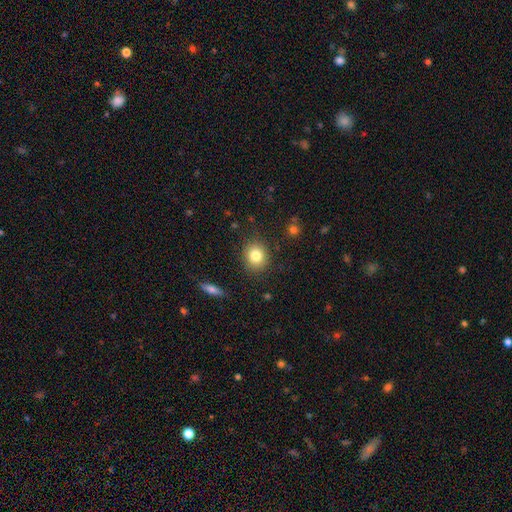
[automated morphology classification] Smooth or featured?
  - smooth: 81% *
  - star or artifact: 10%
  - featured or disk: 9%
How rounded?
  - round: 72% *
  - in between: 26%
  - cigar-shaped: 1%
Merging?
  - none: 87% *
  - minor disturbance: 9%
  - major disturbance: 3%
  - merger: 1%